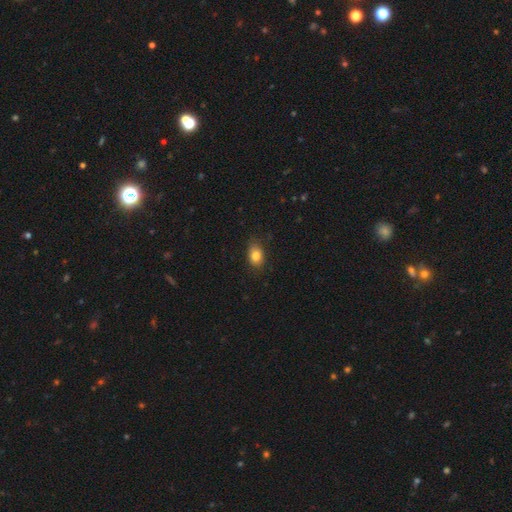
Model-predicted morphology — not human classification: smooth 83%, star or artifact 10%, featured or disk 8%. Down the decision tree: how rounded — in between (71%); merging — none (78%).